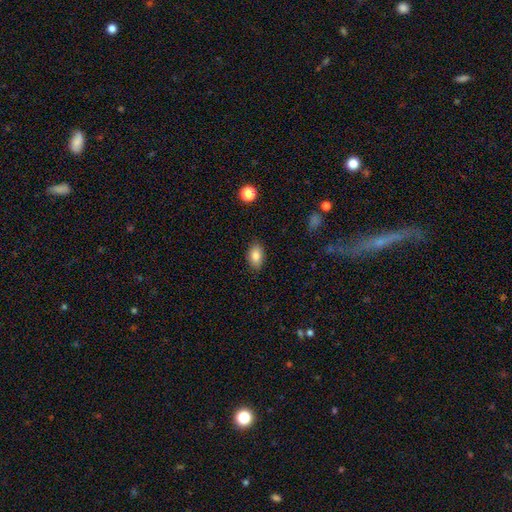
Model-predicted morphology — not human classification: Smooth or featured: smooth — 85% (star or artifact — 8%)
How rounded: in between — 89% (round — 8%)
Merging: none — 85% (minor disturbance — 11%)